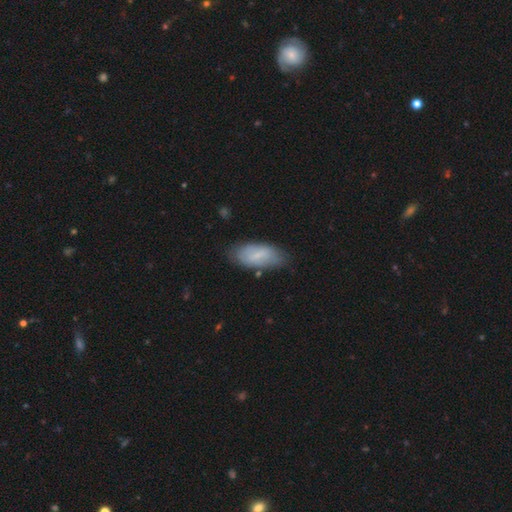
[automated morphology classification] smooth 60%, featured or disk 33%, star or artifact 7%. Down the decision tree: how rounded — in between (88%); merging — none (73%).